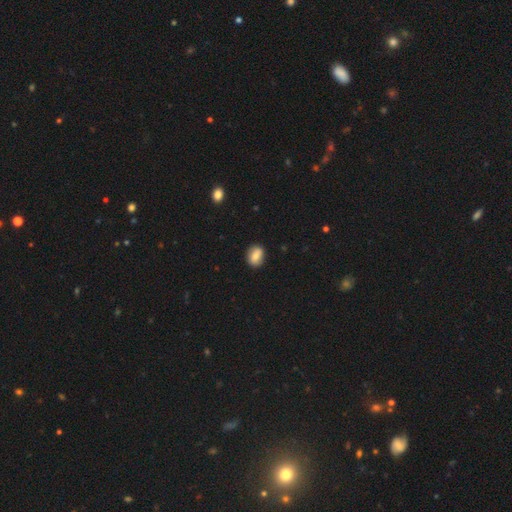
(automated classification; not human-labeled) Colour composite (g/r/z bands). It shows a smooth galaxy with no disk features (75%) that is in between round and cigar-shaped (55%). Merging: none (84%).